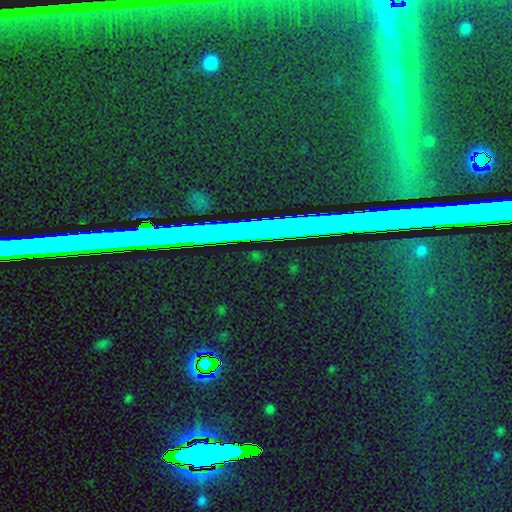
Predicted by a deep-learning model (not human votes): This is likely a star or artifact rather than a galaxy (74%).